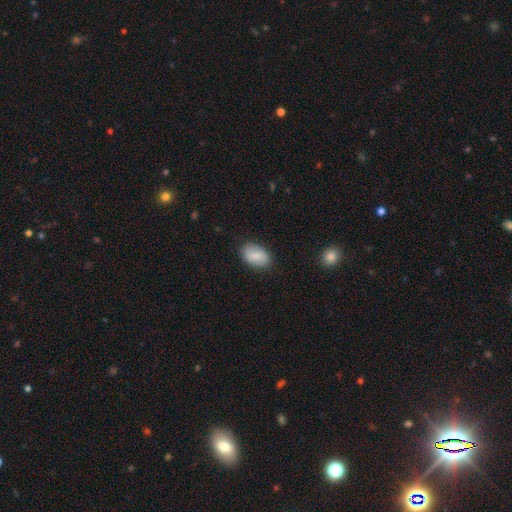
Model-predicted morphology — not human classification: This is clearly a smooth galaxy (84%). How rounded: clearly in between (89%). Merging: clearly none (83%).